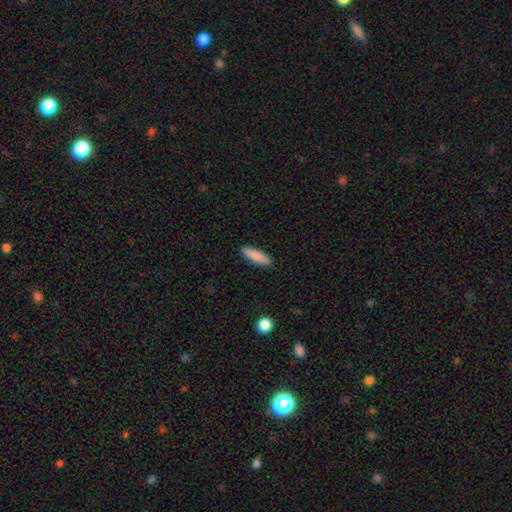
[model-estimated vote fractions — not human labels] smooth-or-featured: smooth: 84% | featured or disk: 10% | star or artifact: 6%
  how-rounded: cigar-shaped: 71% | in between: 27% | round: 2%
  merging: none: 90% | minor disturbance: 7% | major disturbance: 2% | merger: 1%